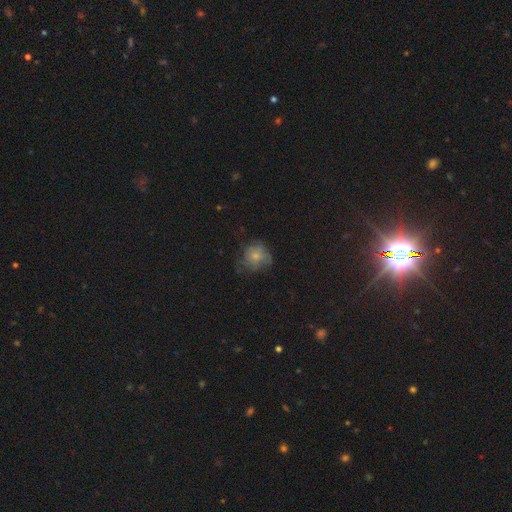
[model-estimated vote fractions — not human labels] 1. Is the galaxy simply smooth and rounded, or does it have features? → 61% smooth, 27% featured or disk, 12% star or artifact.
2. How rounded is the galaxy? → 79% round, 20% in between, 1% cigar-shaped.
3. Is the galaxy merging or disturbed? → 53% none, 28% minor disturbance, 17% major disturbance, 2% merger.